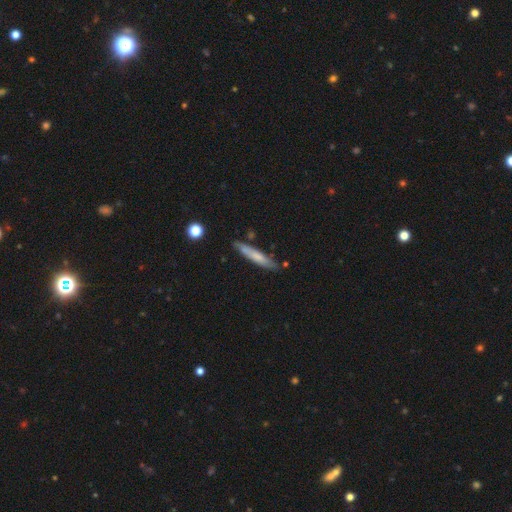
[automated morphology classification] smooth 63%, featured or disk 30%, star or artifact 6%. Down the decision tree: how rounded — cigar-shaped (91%); merging — none (79%).